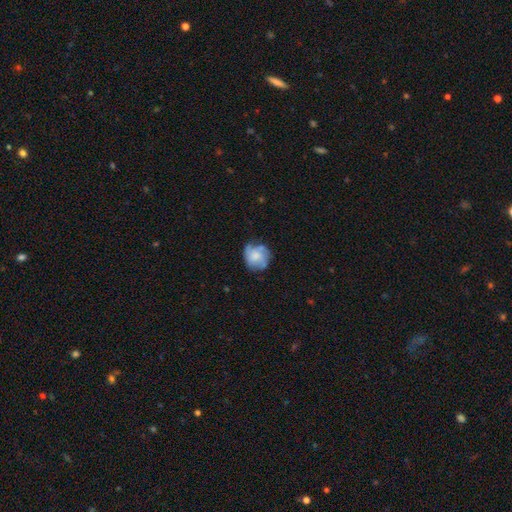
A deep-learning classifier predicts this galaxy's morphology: This appears to be a featured or disk galaxy (50%). Merging: none (64%).